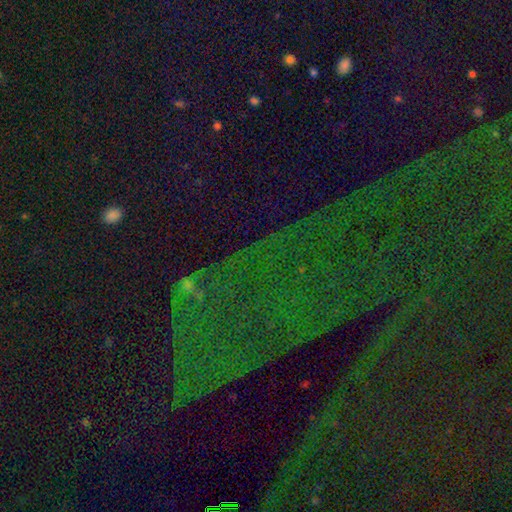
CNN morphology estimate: Smooth or featured? star or artifact (83%)